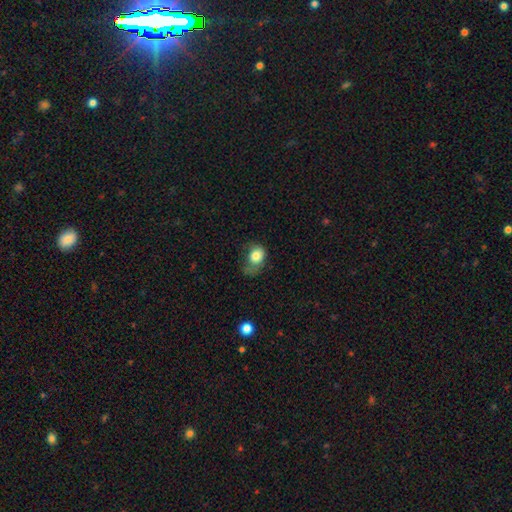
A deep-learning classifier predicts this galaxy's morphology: Smooth or featured: smooth — 77% (featured or disk — 15%)
How rounded: in between — 55% (round — 43%)
Merging: major disturbance — 39% (minor disturbance — 30%)